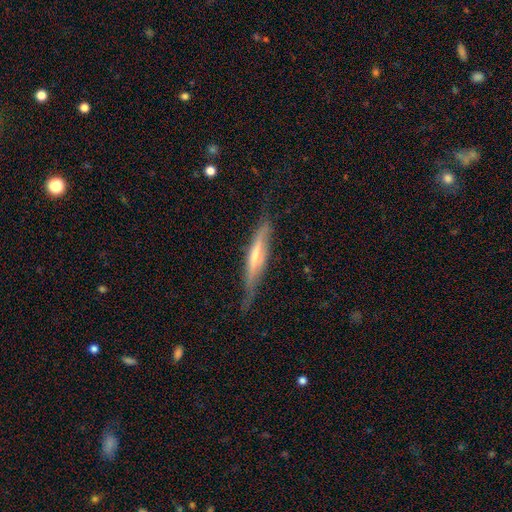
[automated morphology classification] A featured or disk galaxy (62%) viewed edge-on (92%) with a rounded central bulge (46%).

Vote fractions:
- Smooth or featured? featured or disk: 62% / smooth: 33% / star or artifact: 6%
- Edge-on disk? yes: 92% / no: 8%
- Edge-on bulge? rounded: 46% / none: 36% / boxy: 19%
- Merging? none: 72% / minor disturbance: 21% / major disturbance: 6% / merger: 2%